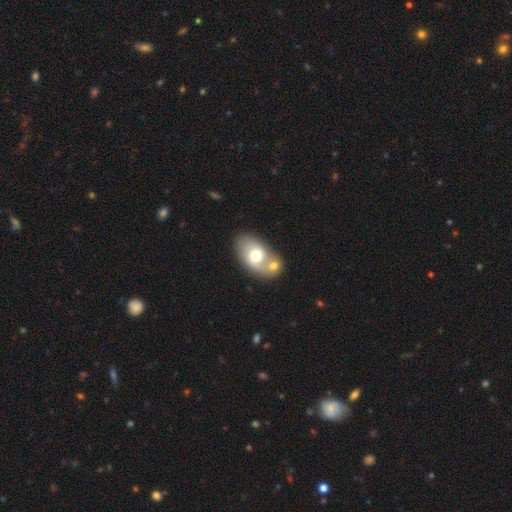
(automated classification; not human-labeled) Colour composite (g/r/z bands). It shows a smooth galaxy with no disk features (62%) that is in between round and cigar-shaped (86%). Merging: merger (48%).